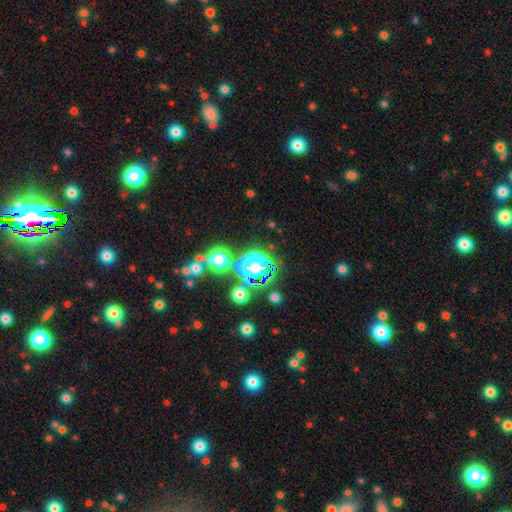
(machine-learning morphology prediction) type=star or artifact (45%).